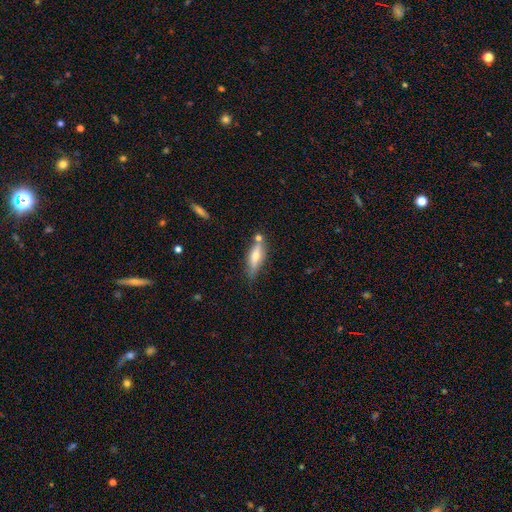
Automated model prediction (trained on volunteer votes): This is possibly a smooth galaxy (50%). Merging: likely none (65%).